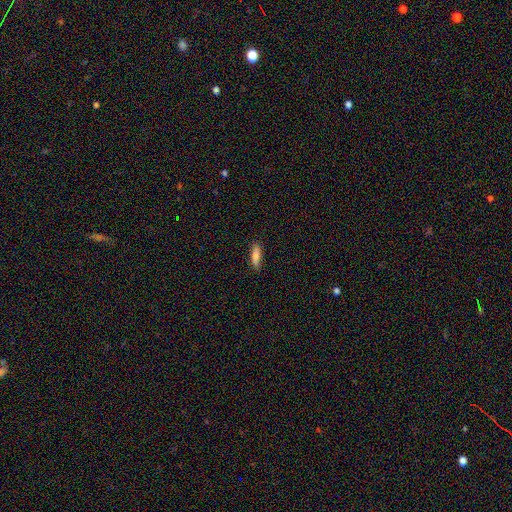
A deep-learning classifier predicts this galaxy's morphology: Smooth or featured: smooth — 77% (featured or disk — 16%)
How rounded: cigar-shaped — 59% (in between — 39%)
Merging: none — 86% (minor disturbance — 11%)